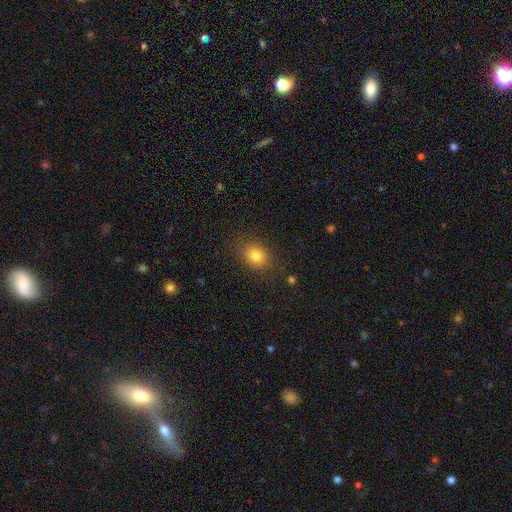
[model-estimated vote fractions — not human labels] Overall: smooth (81%). How rounded: in between (53%; round 46%). Merging: none (85%).